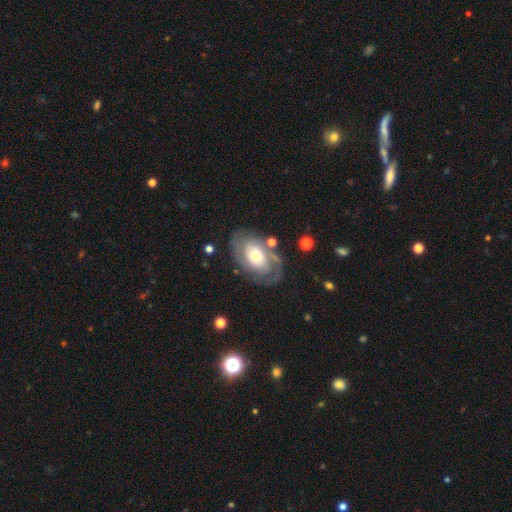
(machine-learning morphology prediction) Q: Smooth or featured?
A: featured or disk (71%); runner-up: smooth (23%)
Q: Edge-on disk?
A: no (94%); runner-up: yes (6%)
Q: Bar?
A: no (72%); runner-up: weak (21%)
Q: Spiral arms?
A: yes (78%); runner-up: no (22%)
Q: Spiral winding?
A: tight (57%); runner-up: medium (31%)
Q: Spiral arm count?
A: 2 (54%); runner-up: can't tell (27%)
Q: Bulge size?
A: moderate (56%); runner-up: small (28%)
Q: Merging?
A: none (70%); runner-up: minor disturbance (17%)